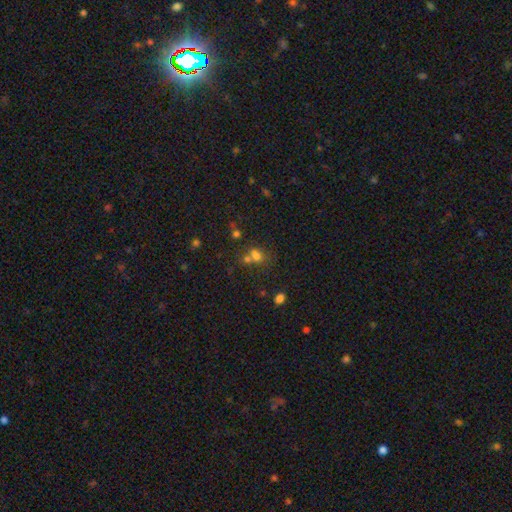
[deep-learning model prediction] smooth-or-featured: smooth: 65% | star or artifact: 23% | featured or disk: 12%
  how-rounded: round: 56% | in between: 43% | cigar-shaped: 2%
  merging: merger: 46% | none: 38% | minor disturbance: 10% | major disturbance: 6%